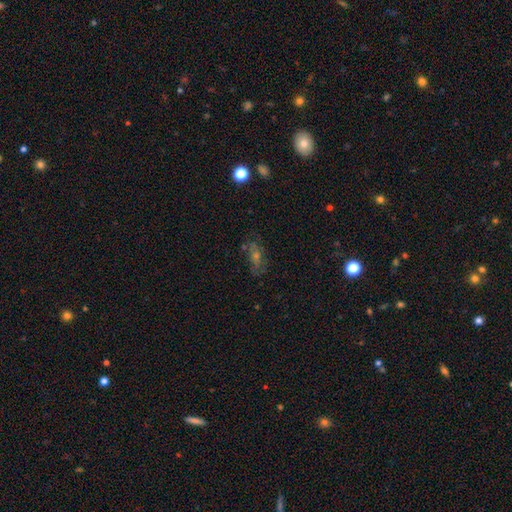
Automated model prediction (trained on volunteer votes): Smooth or featured? Predicted: featured or disk (p=0.38). Merging? Predicted: none (p=0.69).